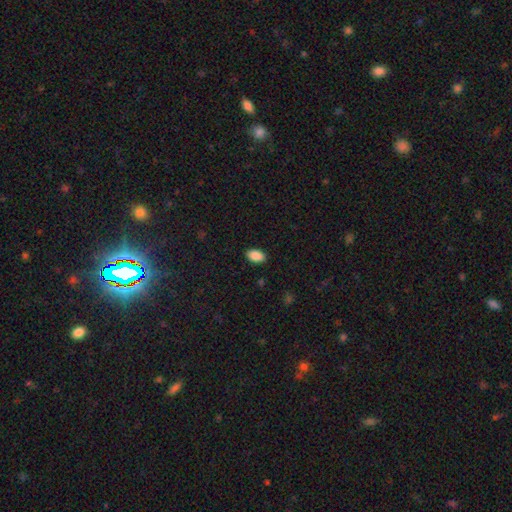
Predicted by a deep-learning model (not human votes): Overall: smooth (89%). How rounded: in between (93%). Merging: none (89%).